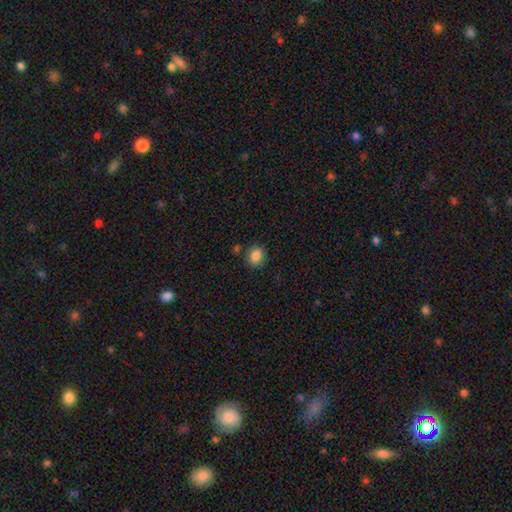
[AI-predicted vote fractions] A smooth galaxy with no disk features (86%) that is round (63%).

Vote fractions:
- Smooth or featured? smooth: 86% / star or artifact: 10% / featured or disk: 4%
- How rounded? round: 63% / in between: 36% / cigar-shaped: 1%
- Merging? none: 79% / minor disturbance: 12% / merger: 6% / major disturbance: 3%